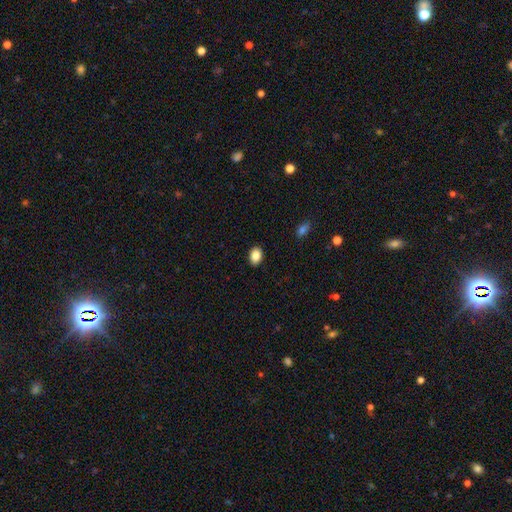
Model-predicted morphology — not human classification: type=smooth (88%); roundness=in between (76%); merging=none (89%).